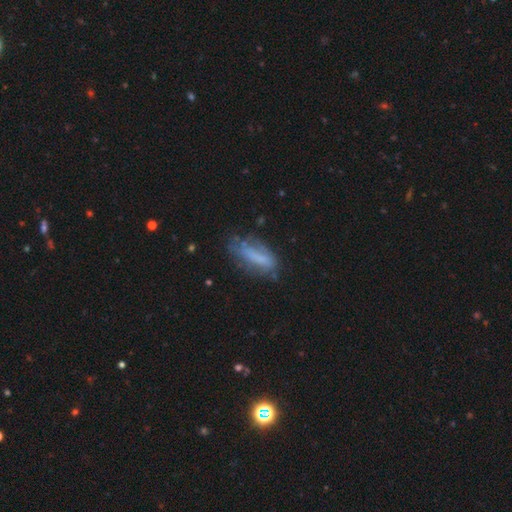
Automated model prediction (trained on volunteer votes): Smooth or featured? Predicted: smooth (p=0.58). How rounded? Predicted: in between (p=0.58). Merging? Predicted: none (p=0.53).